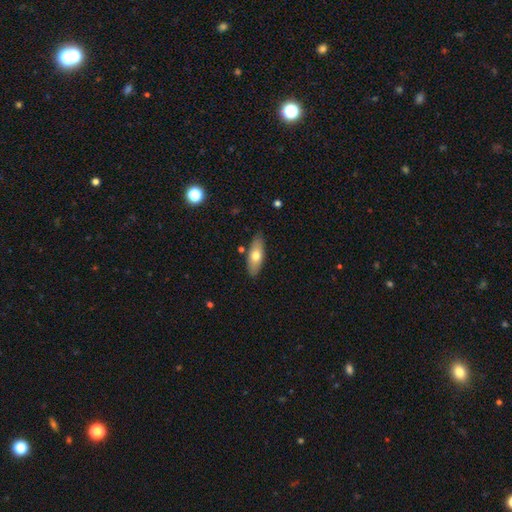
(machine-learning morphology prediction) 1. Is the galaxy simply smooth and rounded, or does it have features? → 66% smooth, 28% featured or disk, 6% star or artifact.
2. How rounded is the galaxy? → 74% in between, 24% cigar-shaped, 3% round.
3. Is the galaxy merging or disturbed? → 84% none, 11% minor disturbance, 3% merger, 2% major disturbance.